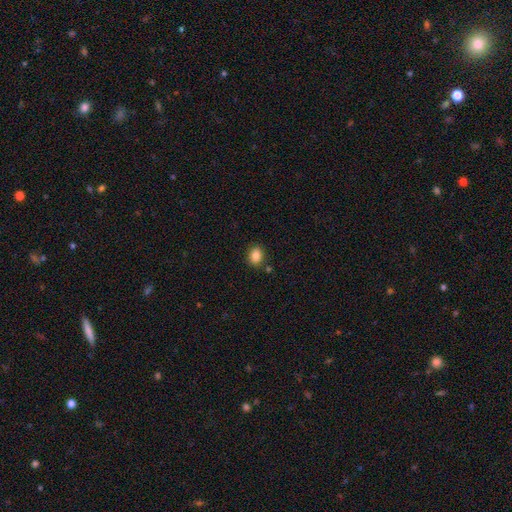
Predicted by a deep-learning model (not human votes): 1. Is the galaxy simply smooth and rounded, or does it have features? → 85% smooth, 10% star or artifact, 5% featured or disk.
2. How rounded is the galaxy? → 58% in between, 41% round, 1% cigar-shaped.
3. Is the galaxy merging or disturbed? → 84% none, 9% minor disturbance, 4% merger, 2% major disturbance.